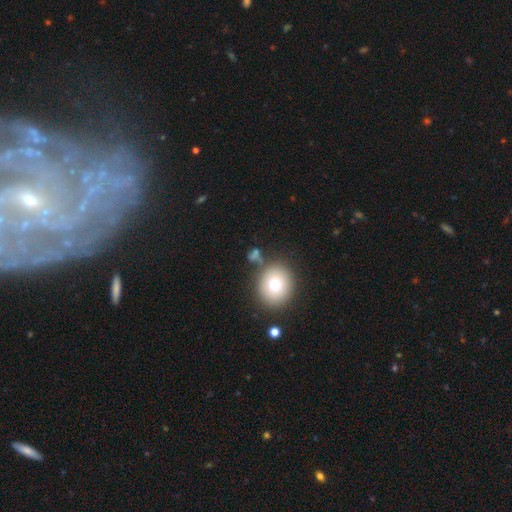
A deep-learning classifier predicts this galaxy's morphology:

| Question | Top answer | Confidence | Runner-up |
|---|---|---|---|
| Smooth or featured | smooth | 68% | star or artifact (17%) |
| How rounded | round | 72% | in between (27%) |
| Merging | none | 78% | minor disturbance (10%) |